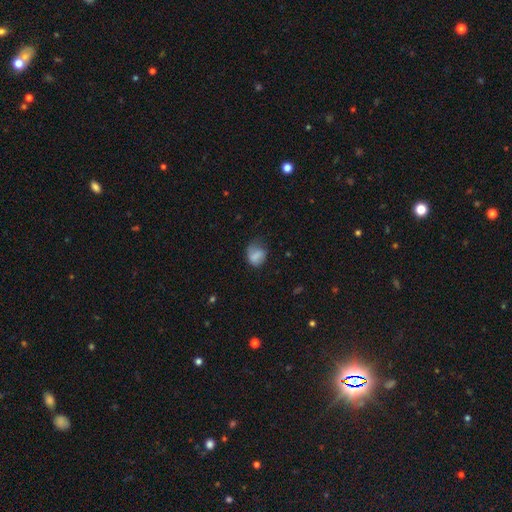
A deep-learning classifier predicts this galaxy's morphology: A smooth galaxy with no disk features (78%) that is round (52%). Merging: none (46%).